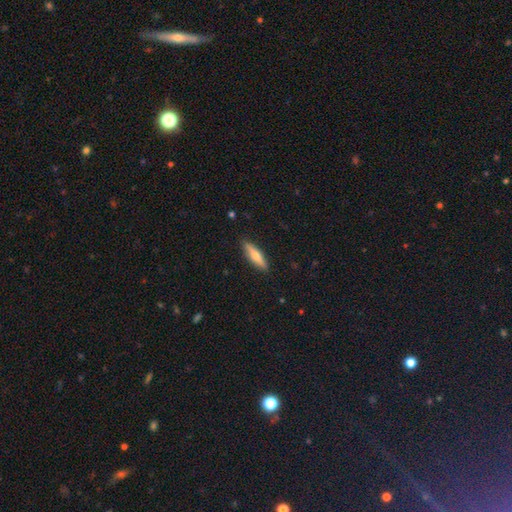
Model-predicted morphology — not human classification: The model was most divided on "smooth or featured": smooth: 56%, featured or disk: 38%, star or artifact: 6%. More confident: merging — none (89%); how rounded — cigar-shaped (76%).